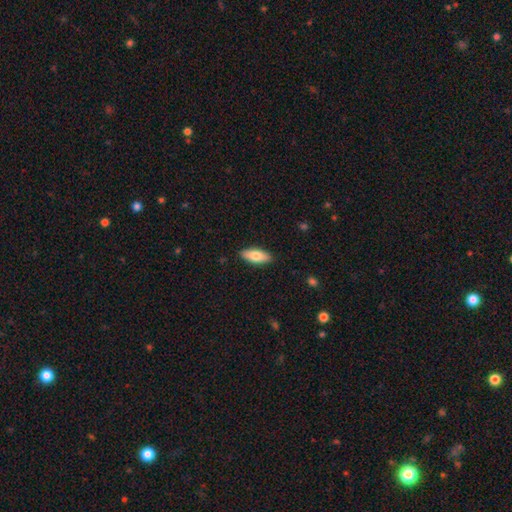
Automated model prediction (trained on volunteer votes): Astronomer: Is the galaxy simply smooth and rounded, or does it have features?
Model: smooth — 75%.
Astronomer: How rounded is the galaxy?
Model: in between — 80%.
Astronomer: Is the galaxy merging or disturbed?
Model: none — 89%.